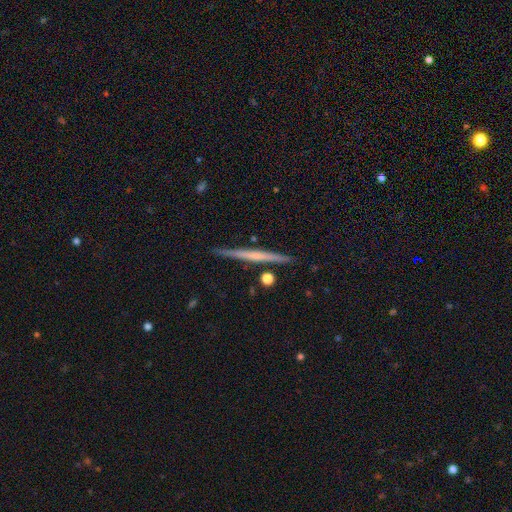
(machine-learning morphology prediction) Smooth or featured? Predicted: featured or disk (p=0.58). Edge-on disk? Predicted: yes (p=0.98). Edge-on bulge? Predicted: none (p=0.74). Merging? Predicted: none (p=0.89).